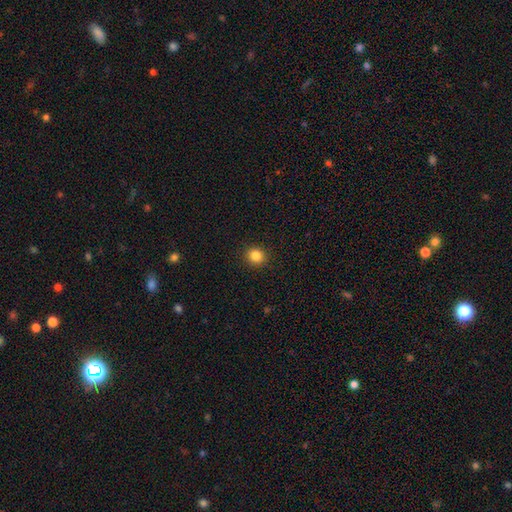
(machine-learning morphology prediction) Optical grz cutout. It shows a smooth galaxy with no disk features (84%) that is round (88%). Merging: none (92%).